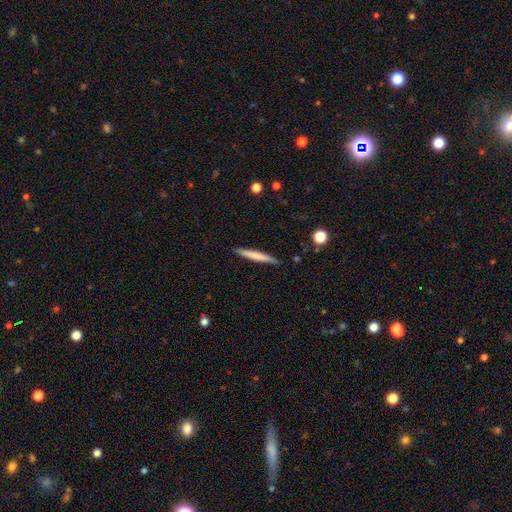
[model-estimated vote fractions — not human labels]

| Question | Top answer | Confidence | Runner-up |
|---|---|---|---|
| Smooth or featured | smooth | 61% | featured or disk (33%) |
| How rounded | cigar-shaped | 95% | in between (3%) |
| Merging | none | 89% | minor disturbance (9%) |